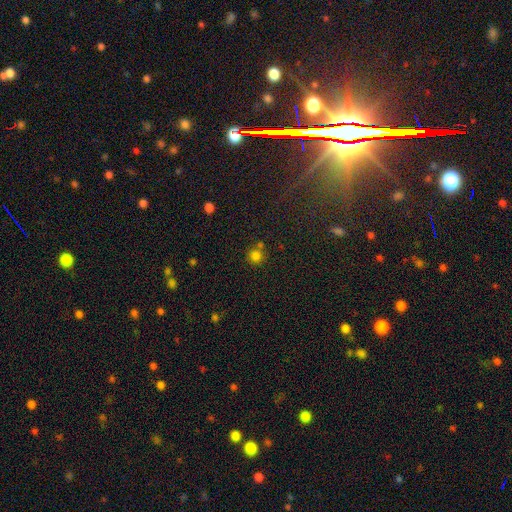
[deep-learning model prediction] Q: Smooth or featured?
A: smooth (78%); runner-up: star or artifact (16%)
Q: How rounded?
A: round (92%); runner-up: in between (7%)
Q: Merging?
A: none (71%); runner-up: merger (16%)